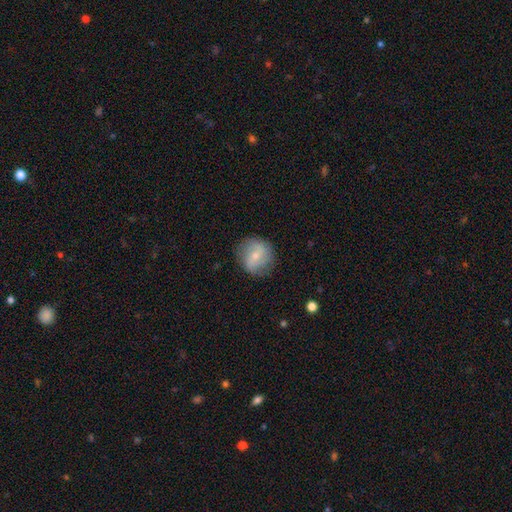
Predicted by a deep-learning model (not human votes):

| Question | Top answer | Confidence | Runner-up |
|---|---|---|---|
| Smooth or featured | smooth | 49% | featured or disk (44%) |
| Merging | none | 79% | minor disturbance (15%) |